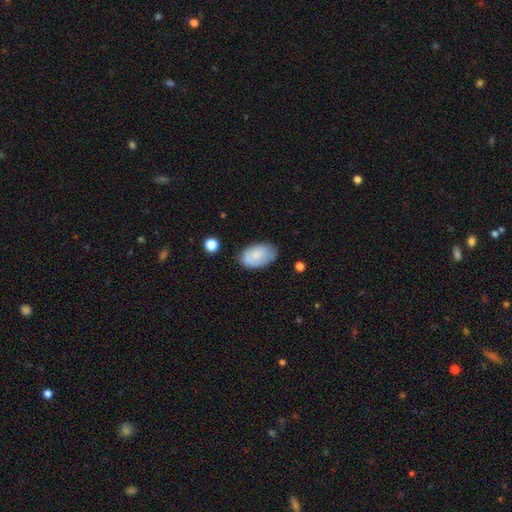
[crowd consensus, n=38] Smooth or featured? 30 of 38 (79%) said smooth. How rounded? 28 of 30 (93%) said in between. Merging? 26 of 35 (74%) said none.